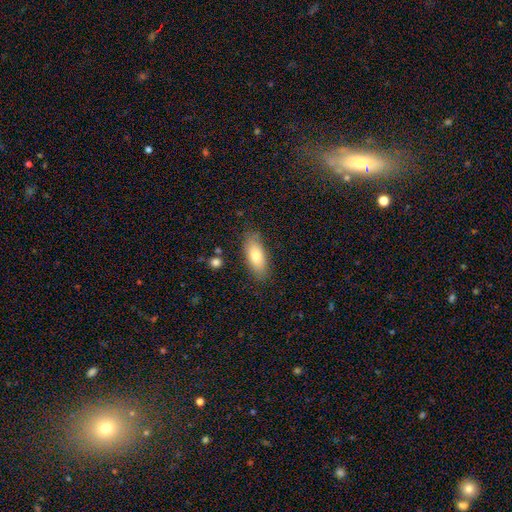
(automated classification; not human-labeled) smooth 77%, featured or disk 16%, star or artifact 7%. Down the decision tree: how rounded — in between (80%); merging — none (83%).